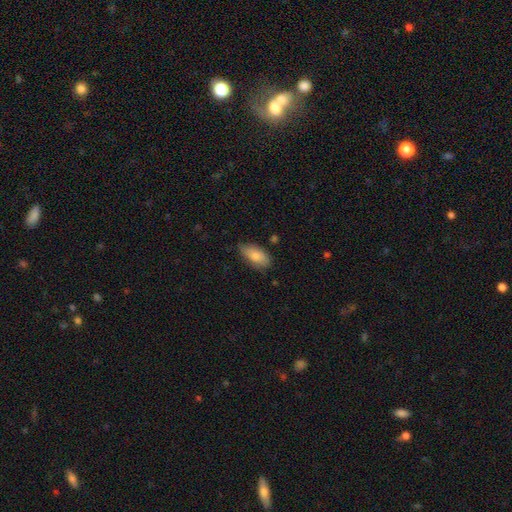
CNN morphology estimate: This is clearly a smooth galaxy (82%). How rounded: clearly in between (90%). Merging: likely none (74%).